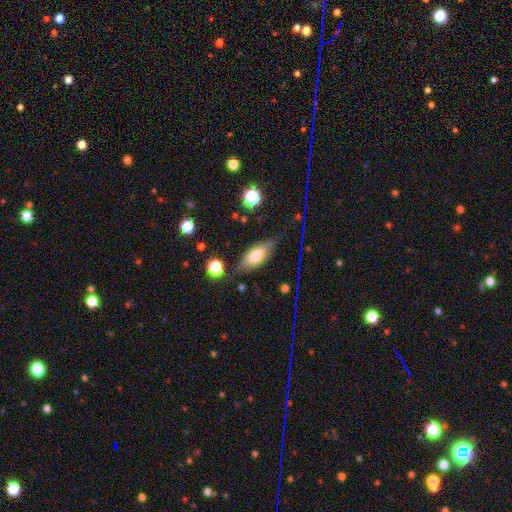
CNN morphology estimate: The model was most divided on "smooth or featured": smooth: 64%, featured or disk: 27%, star or artifact: 9%. More confident: how rounded — in between (76%); merging — none (73%).